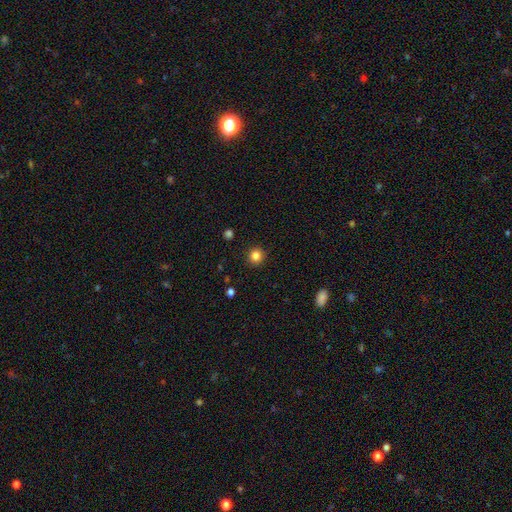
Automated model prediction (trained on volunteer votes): Morphology: type=smooth (84%); roundness=round (92%); merging=none (92%).